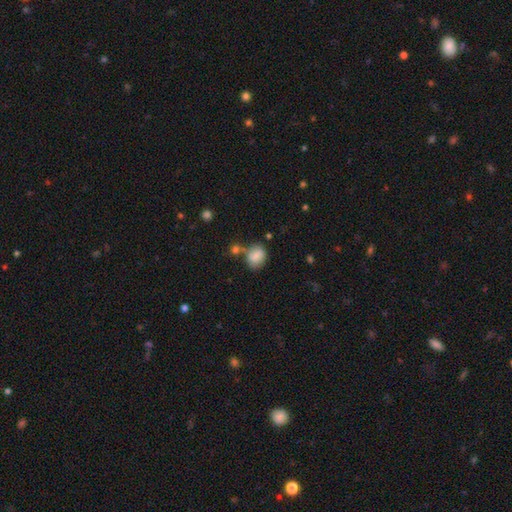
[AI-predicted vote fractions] Smooth or featured? smooth (82%)
How rounded? in between (52%)
Merging? none (55%)